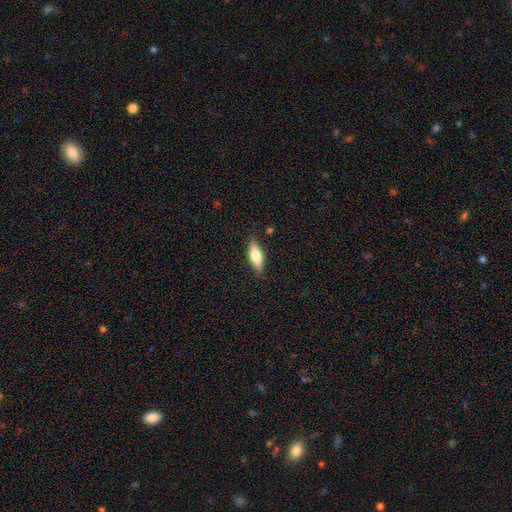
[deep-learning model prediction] A smooth galaxy with no disk features (65%) that is in between round and cigar-shaped (58%).

Vote fractions:
- Smooth or featured? smooth: 65% / featured or disk: 29% / star or artifact: 6%
- How rounded? in between: 58% / cigar-shaped: 39% / round: 2%
- Merging? none: 85% / minor disturbance: 11% / major disturbance: 2% / merger: 1%